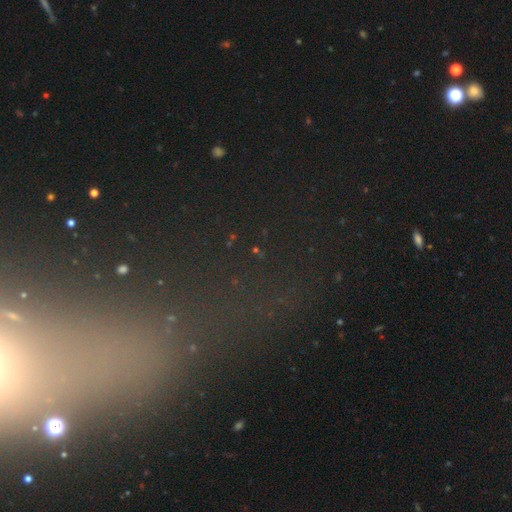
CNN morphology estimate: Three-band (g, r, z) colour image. It shows a star or artifact, not a galaxy (59%).